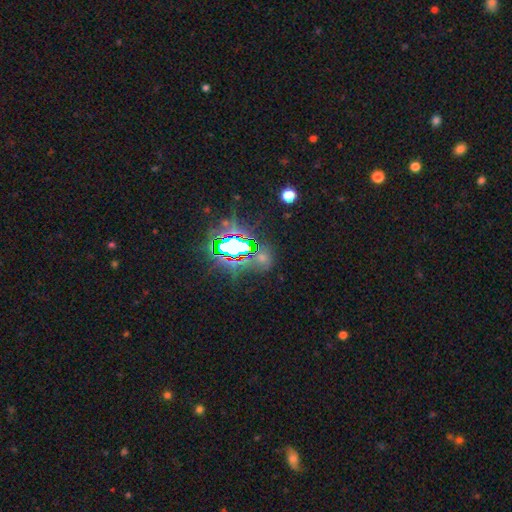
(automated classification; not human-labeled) The model was most divided on "smooth or featured": star or artifact: 80%, smooth: 12%, featured or disk: 8%.